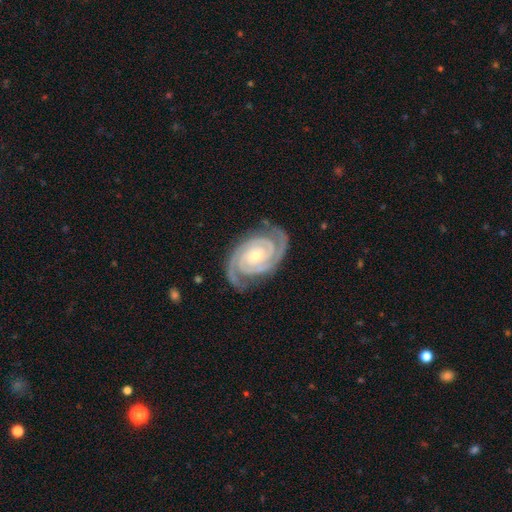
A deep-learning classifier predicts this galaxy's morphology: type=featured or disk (93%); edge-on=no (97%); bar=no (66%); spiral arms=yes (99%); winding=tight (81%); arm count=2 (86%); bulge=small (64%); merging=none (82%).